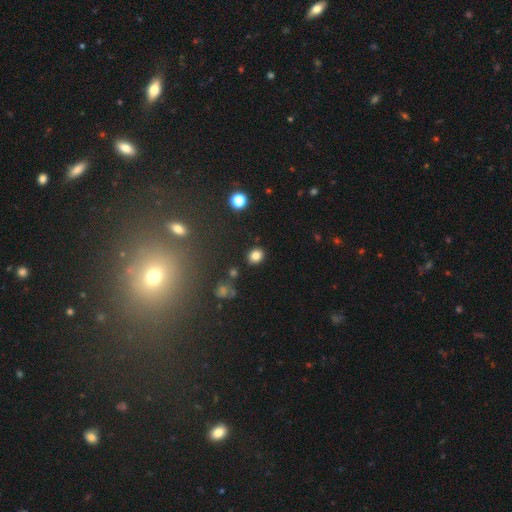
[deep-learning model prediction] This is clearly a smooth galaxy (82%). How rounded: possibly round (59%). Merging: clearly none (86%).